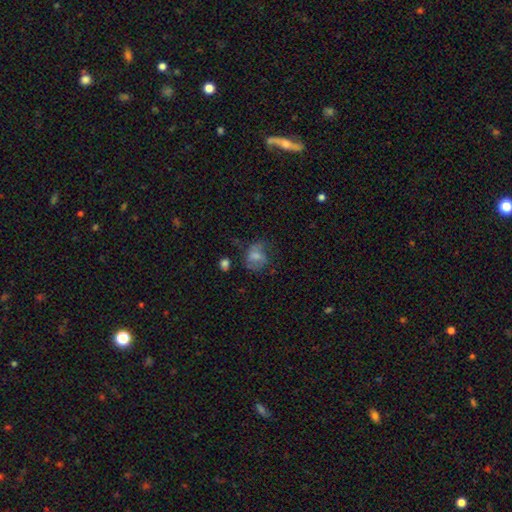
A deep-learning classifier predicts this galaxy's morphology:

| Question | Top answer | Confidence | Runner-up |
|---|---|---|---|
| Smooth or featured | smooth | 59% | featured or disk (31%) |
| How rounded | in between | 50% | round (49%) |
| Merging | none | 42% | minor disturbance (27%) |